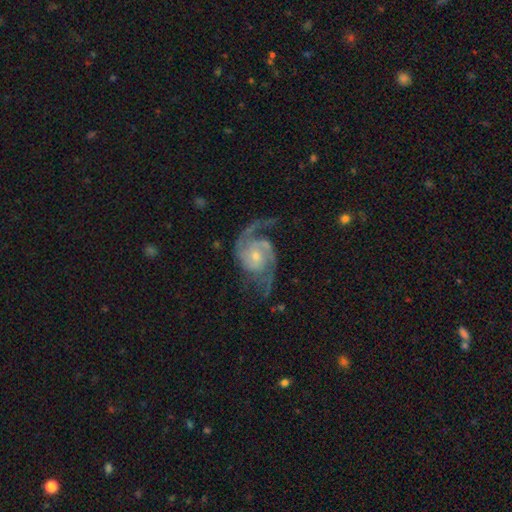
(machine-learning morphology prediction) A featured or disk galaxy (90%) with no bar (64%), 2 (86%) medium (51%) spiral arms (97%) and a small central bulge (58%).

Vote fractions:
- Smooth or featured? featured or disk: 90% / smooth: 5% / star or artifact: 5%
- Edge-on disk? no: 98% / yes: 2%
- Bar? no: 64% / weak: 29% / strong: 7%
- Spiral arms? yes: 97% / no: 3%
- Spiral winding? medium: 51% / loose: 31% / tight: 18%
- Spiral arm count? 2: 86% / 3: 4% / can't tell: 4% / 1: 3% / 4: 2% / more than 4: 2%
- Bulge size? small: 58% / moderate: 36% / none: 3% / large: 3% / dominant: 1%
- Merging? none: 62% / minor disturbance: 18% / major disturbance: 17% / merger: 3%